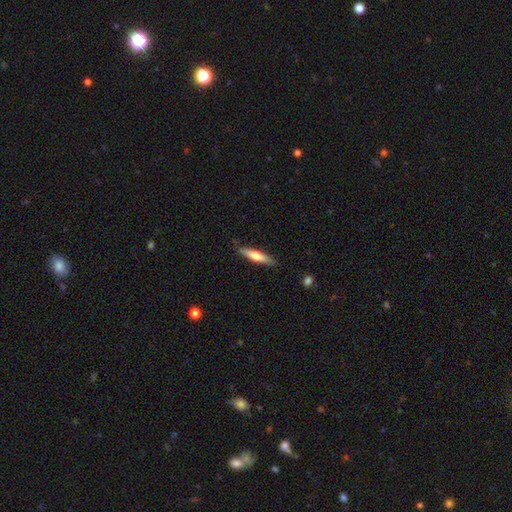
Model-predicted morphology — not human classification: Smooth or featured: smooth — 61% (featured or disk — 33%)
How rounded: cigar-shaped — 83% (in between — 16%)
Merging: none — 85% (minor disturbance — 12%)